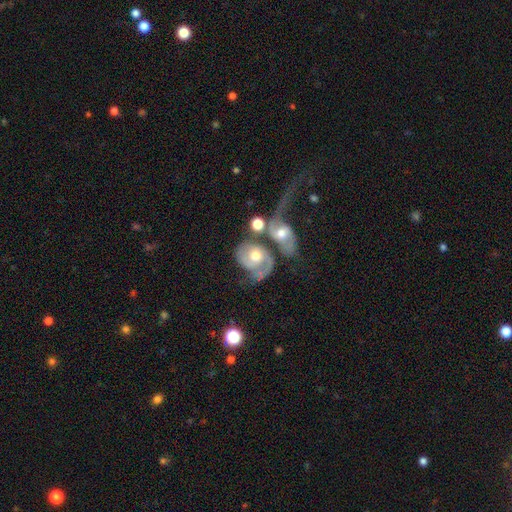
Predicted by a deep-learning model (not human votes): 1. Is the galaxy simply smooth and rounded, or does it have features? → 71% featured or disk, 22% smooth, 6% star or artifact.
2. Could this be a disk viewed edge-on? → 96% no, 4% yes.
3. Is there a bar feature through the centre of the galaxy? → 68% no, 26% weak, 6% strong.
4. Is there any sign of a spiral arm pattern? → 85% yes, 15% no.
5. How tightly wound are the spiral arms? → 41% medium, 31% tight, 28% loose.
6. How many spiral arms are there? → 63% 2, 18% 1, 13% can't tell, 3% 3, 1% 4, 1% more than 4.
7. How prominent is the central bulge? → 73% moderate, 13% small, 11% large, 2% none, 1% dominant.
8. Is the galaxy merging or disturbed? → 51% merger, 19% none, 17% major disturbance, 12% minor disturbance.